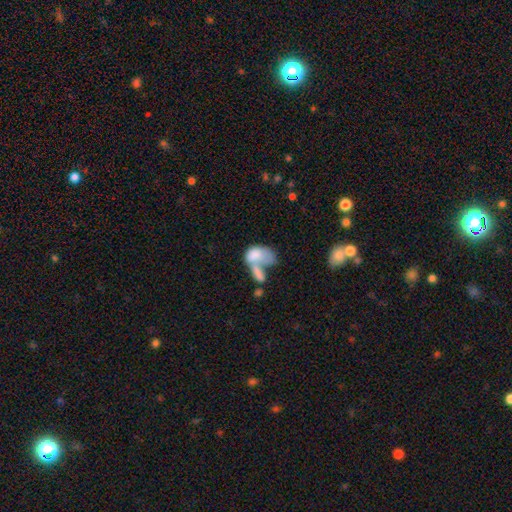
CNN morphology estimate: A smooth galaxy with no disk features (67%) that is in between round and cigar-shaped (89%). Merging: merger (60%).